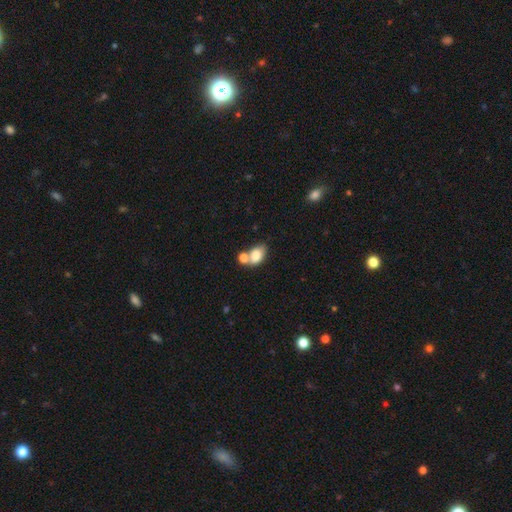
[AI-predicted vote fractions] Smooth or featured: smooth — 79% (featured or disk — 12%)
How rounded: in between — 83% (round — 16%)
Merging: merger — 44% (none — 37%)